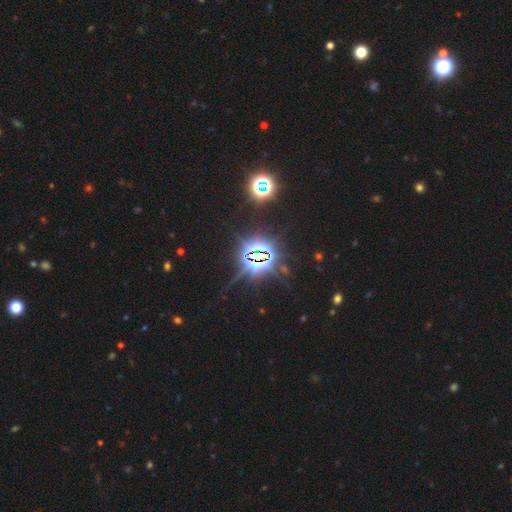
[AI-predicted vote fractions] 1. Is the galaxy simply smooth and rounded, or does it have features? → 85% star or artifact, 8% featured or disk, 8% smooth.